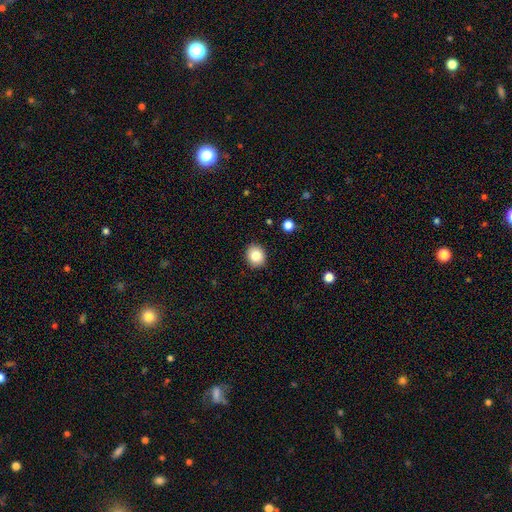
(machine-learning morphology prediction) This appears to be a smooth galaxy with no disk features (84%) that is round (75%). Merging: none (90%).